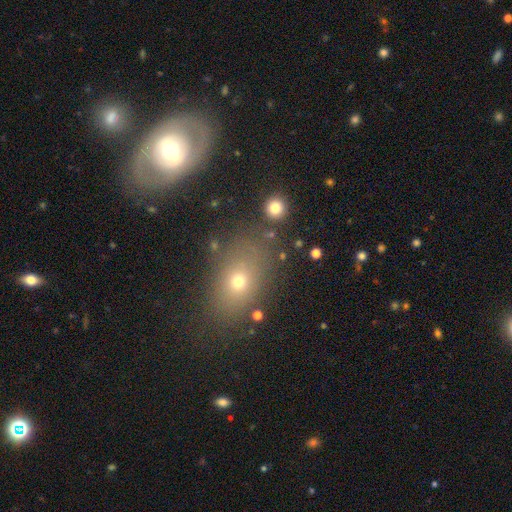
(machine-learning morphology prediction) This is possibly a smooth galaxy (49%). Merging: likely none (76%).